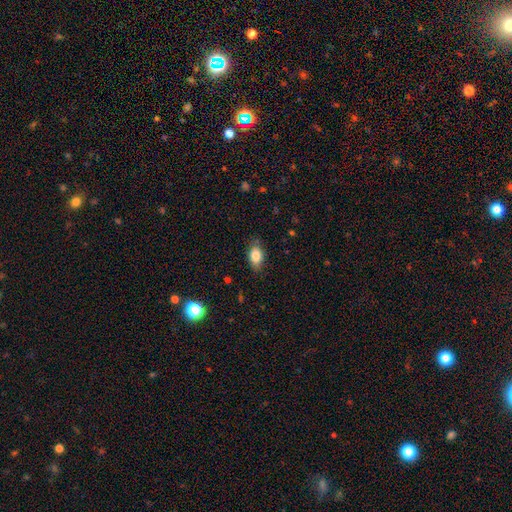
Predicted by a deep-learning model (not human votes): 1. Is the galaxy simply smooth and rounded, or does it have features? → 83% smooth, 9% featured or disk, 8% star or artifact.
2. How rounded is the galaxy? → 88% in between, 10% round, 3% cigar-shaped.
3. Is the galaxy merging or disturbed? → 80% none, 15% minor disturbance, 3% major disturbance, 1% merger.